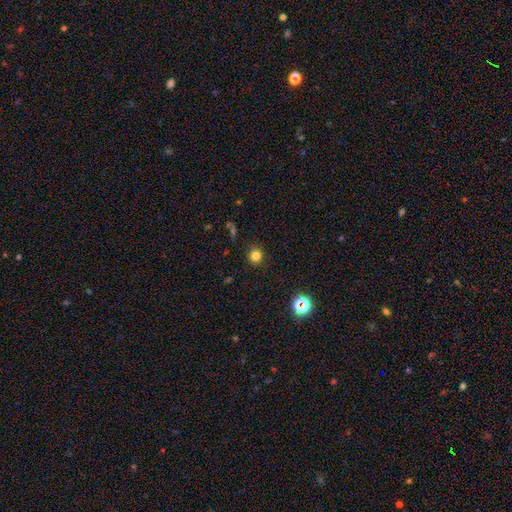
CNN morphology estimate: Overall: smooth (79%). How rounded: round (91%). Merging: none (89%).